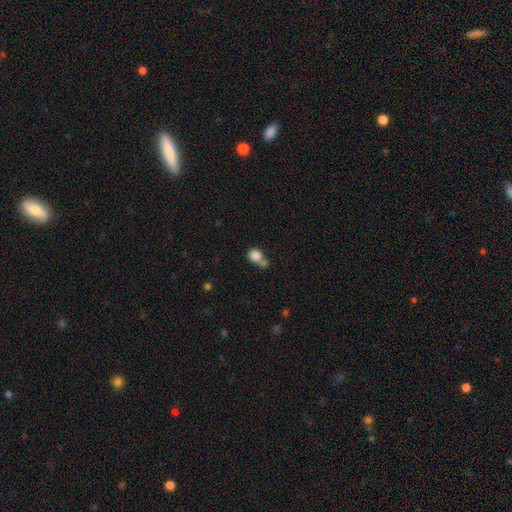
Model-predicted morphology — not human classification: Q: Smooth or featured?
A: smooth (84%); runner-up: star or artifact (10%)
Q: How rounded?
A: round (63%); runner-up: in between (36%)
Q: Merging?
A: merger (44%); runner-up: none (37%)